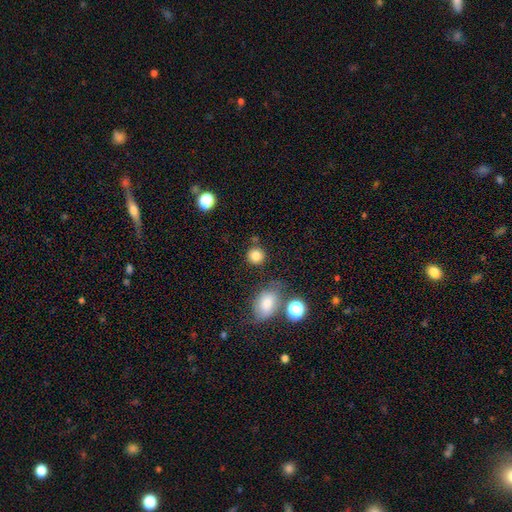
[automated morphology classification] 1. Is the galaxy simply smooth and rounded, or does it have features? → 83% smooth, 11% star or artifact, 6% featured or disk.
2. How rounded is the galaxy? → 89% round, 10% in between, 1% cigar-shaped.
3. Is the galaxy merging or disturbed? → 80% none, 10% minor disturbance, 6% merger, 4% major disturbance.